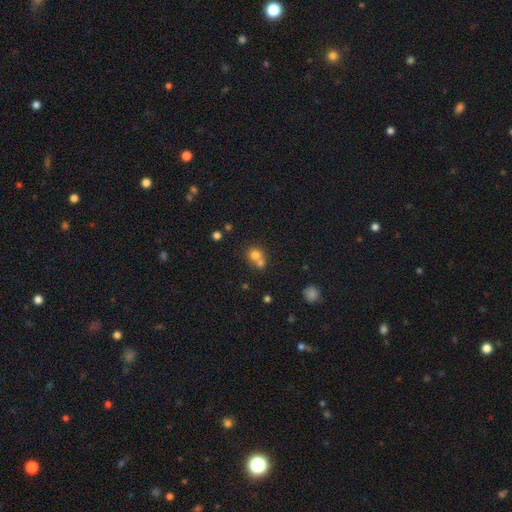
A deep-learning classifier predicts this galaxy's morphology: type=smooth (74%); roundness=round (81%); merging=merger (53%).